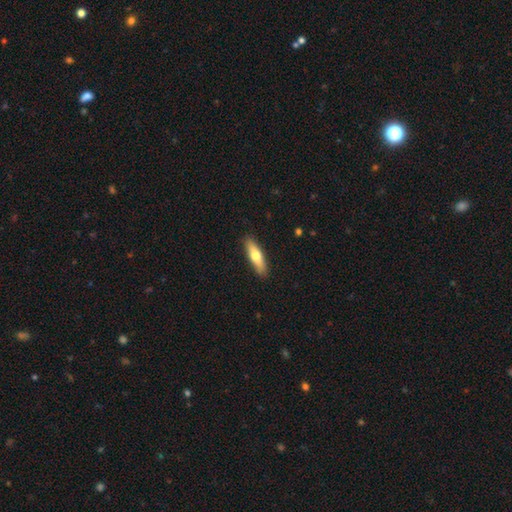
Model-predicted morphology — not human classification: This is likely a smooth galaxy (63%). How rounded: likely cigar-shaped (66%). Merging: clearly none (88%).